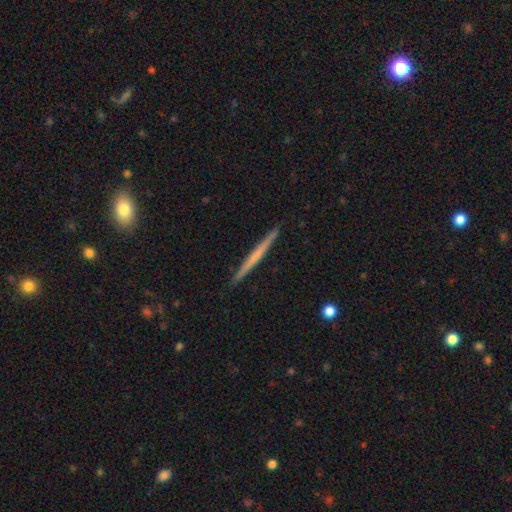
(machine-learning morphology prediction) featured or disk 52%, smooth 43%, star or artifact 5%. Down the decision tree: edge-on disk — yes (98%); edge-on bulge — none (85%); merging — none (92%).